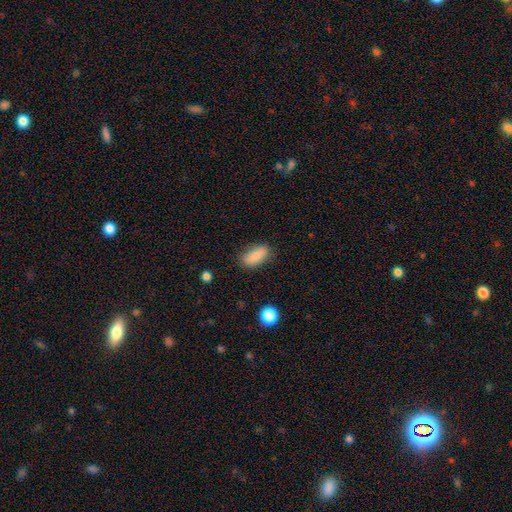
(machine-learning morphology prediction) Smooth or featured?
  - smooth: 82% *
  - featured or disk: 11%
  - star or artifact: 7%
How rounded?
  - in between: 84% *
  - cigar-shaped: 13%
  - round: 4%
Merging?
  - none: 83% *
  - minor disturbance: 13%
  - major disturbance: 3%
  - merger: 1%